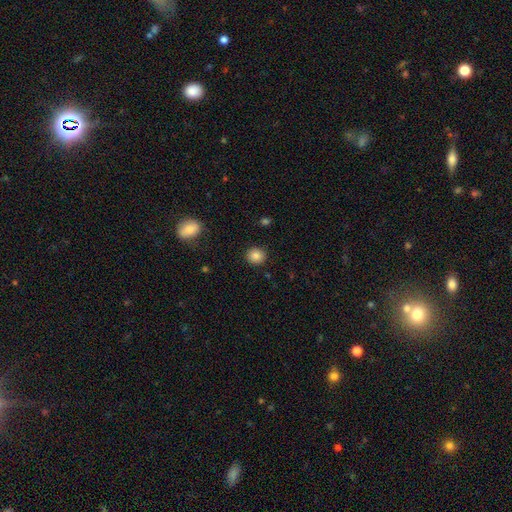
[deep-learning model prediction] The model was most divided on "smooth or featured": smooth: 84%, star or artifact: 10%, featured or disk: 6%. More confident: merging — none (91%); how rounded — round (87%).